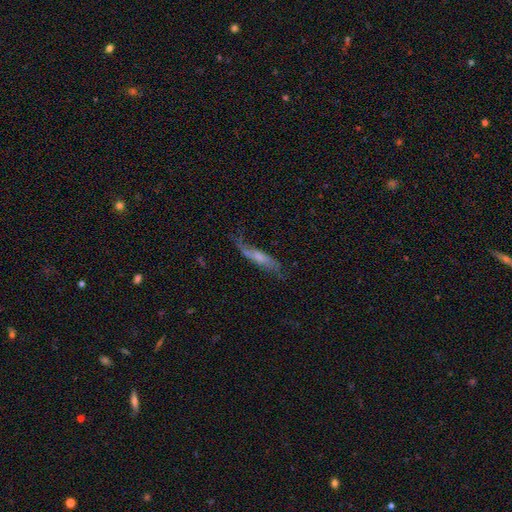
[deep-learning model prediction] featured or disk 62%, smooth 28%, star or artifact 9%. Down the decision tree: edge-on disk — no (56%); merging — none (53%).